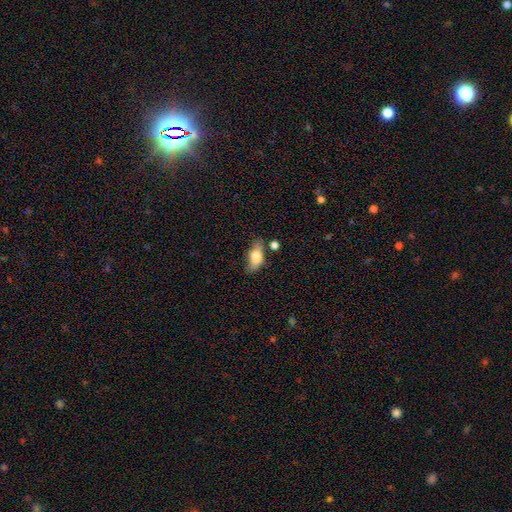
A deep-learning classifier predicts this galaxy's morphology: smooth-or-featured: smooth: 74% | featured or disk: 19% | star or artifact: 7%
  how-rounded: in between: 85% | cigar-shaped: 10% | round: 5%
  merging: none: 65% | minor disturbance: 21% | merger: 8% | major disturbance: 6%